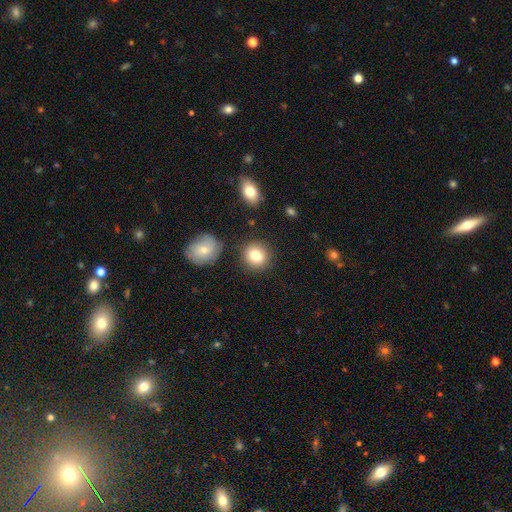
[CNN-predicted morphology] Q: Smooth or featured?
A: smooth (81%); runner-up: star or artifact (9%)
Q: How rounded?
A: round (89%); runner-up: in between (10%)
Q: Merging?
A: none (84%); runner-up: minor disturbance (8%)